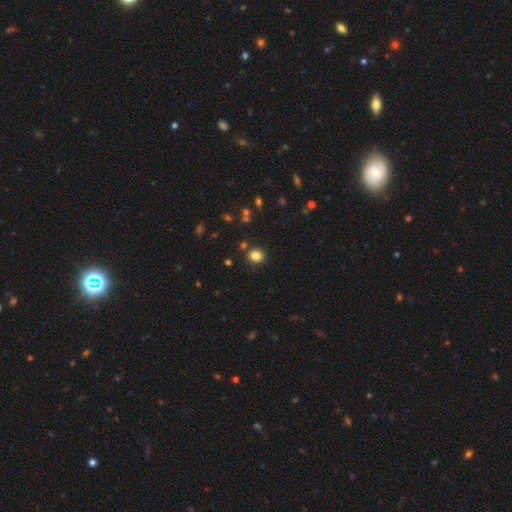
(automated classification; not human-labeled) Morphology: type=smooth (82%); roundness=round (81%); merging=none (86%).